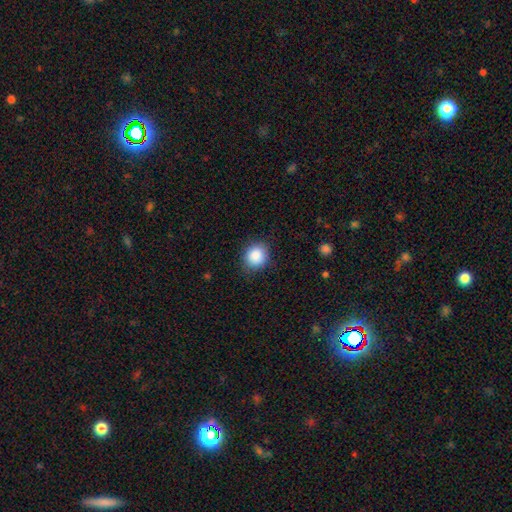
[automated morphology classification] Smooth or featured: smooth — 88% (star or artifact — 9%)
How rounded: round — 78% (in between — 21%)
Merging: none — 84% (minor disturbance — 11%)